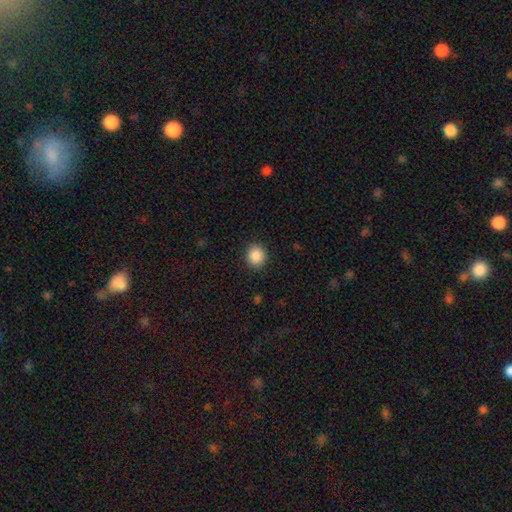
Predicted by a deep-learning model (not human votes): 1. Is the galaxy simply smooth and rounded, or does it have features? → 88% smooth, 9% star or artifact, 3% featured or disk.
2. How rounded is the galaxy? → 86% round, 13% in between, 1% cigar-shaped.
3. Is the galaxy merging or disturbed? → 91% none, 6% minor disturbance, 2% major disturbance, 1% merger.